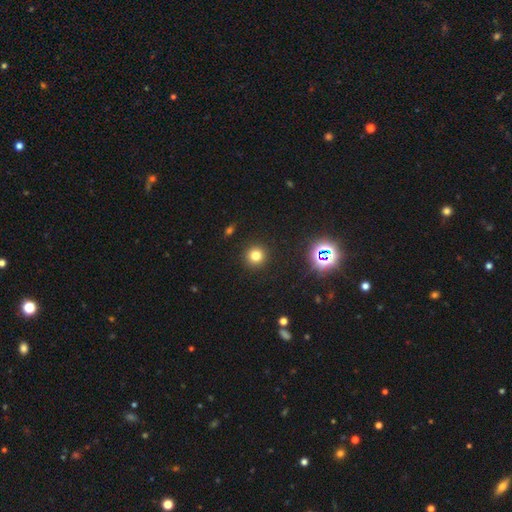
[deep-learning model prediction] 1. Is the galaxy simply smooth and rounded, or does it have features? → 76% smooth, 17% star or artifact, 6% featured or disk.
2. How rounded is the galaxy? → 94% round, 5% in between, 1% cigar-shaped.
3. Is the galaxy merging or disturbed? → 92% none, 5% minor disturbance, 2% major disturbance, 1% merger.